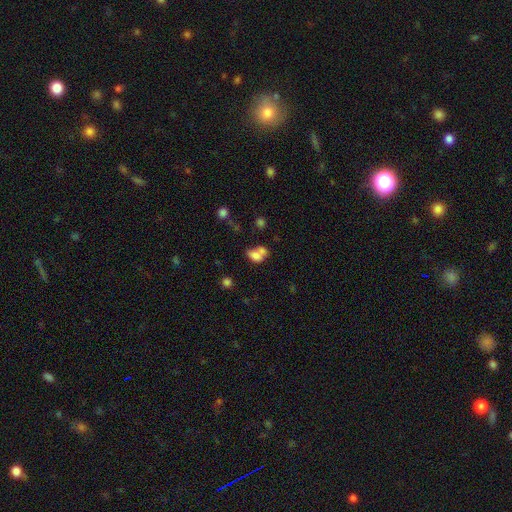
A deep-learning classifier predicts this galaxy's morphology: smooth 72%, featured or disk 17%, star or artifact 11%. Down the decision tree: how rounded — in between (78%); merging — merger (54%).